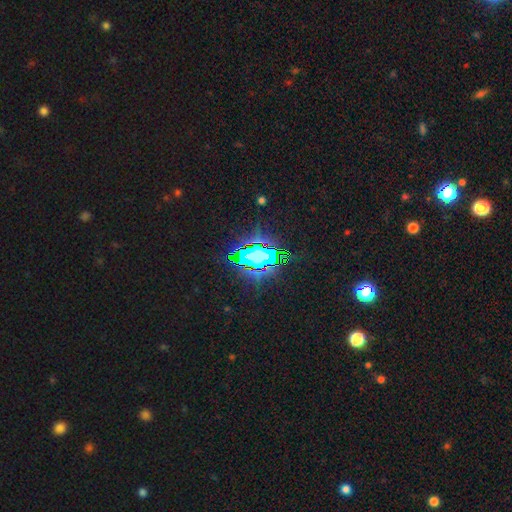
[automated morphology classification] A star or artifact, not a galaxy (61%).